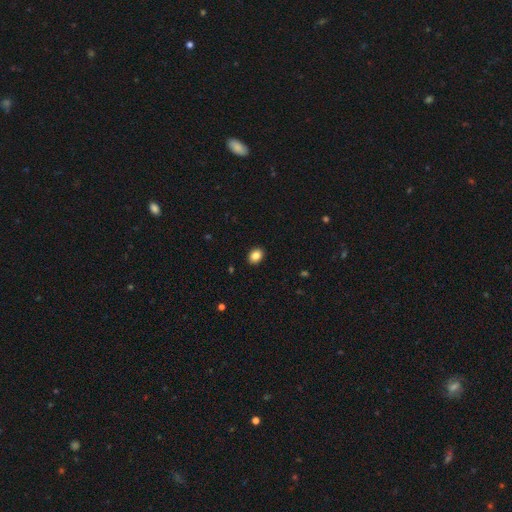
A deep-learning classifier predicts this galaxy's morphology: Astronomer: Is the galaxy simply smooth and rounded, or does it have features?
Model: smooth — 85%.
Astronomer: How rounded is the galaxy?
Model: in between — 59% (runner-up: round, 40%).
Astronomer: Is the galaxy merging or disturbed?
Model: none — 91%.